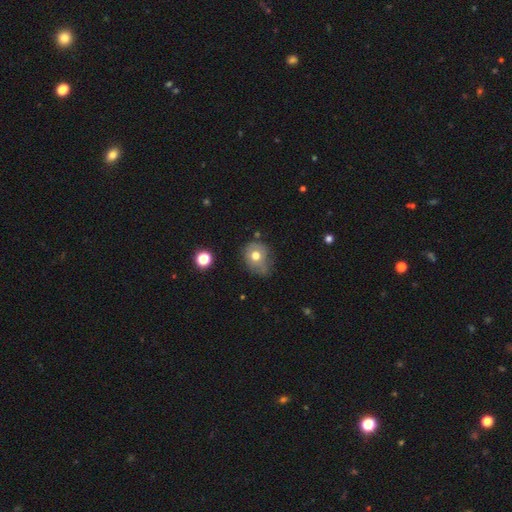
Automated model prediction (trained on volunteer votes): A smooth galaxy with no disk features (69%) that is round (62%). Merging: none (42%).